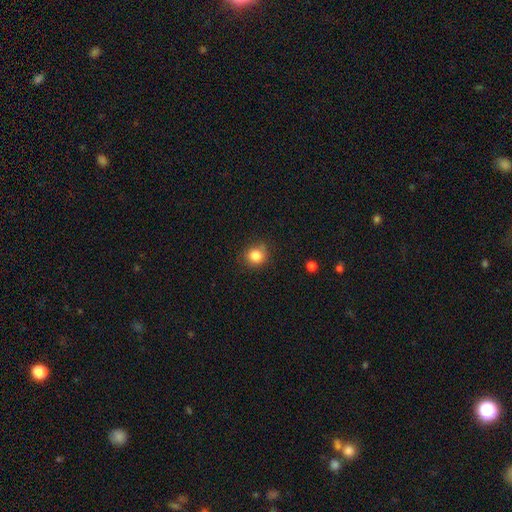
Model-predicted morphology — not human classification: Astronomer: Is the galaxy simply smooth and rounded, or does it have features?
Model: smooth — 83%.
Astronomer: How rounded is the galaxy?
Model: round — 85%.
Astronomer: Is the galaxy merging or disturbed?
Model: none — 77%.